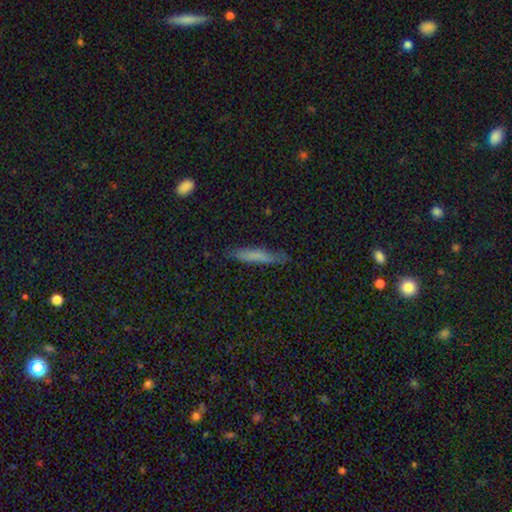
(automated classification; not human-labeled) Smooth or featured? smooth (71%)
How rounded? cigar-shaped (92%)
Merging? none (80%)